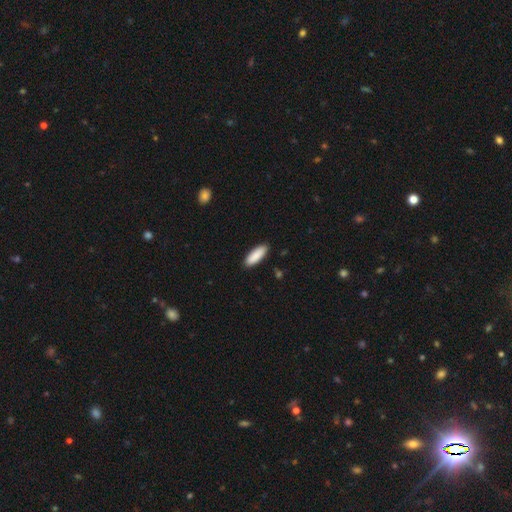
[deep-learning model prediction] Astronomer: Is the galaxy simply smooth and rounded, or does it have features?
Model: smooth — 90%.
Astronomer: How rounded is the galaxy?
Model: in between — 64%.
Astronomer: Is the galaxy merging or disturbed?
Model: none — 89%.